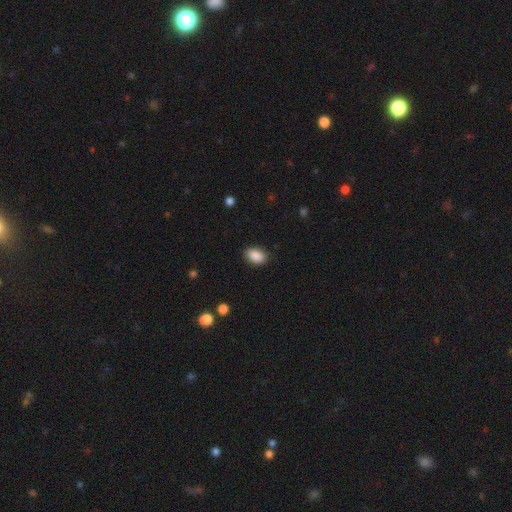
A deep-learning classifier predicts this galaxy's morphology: A smooth galaxy with no disk features (89%) that is in between round and cigar-shaped (88%). Merging: none (87%).